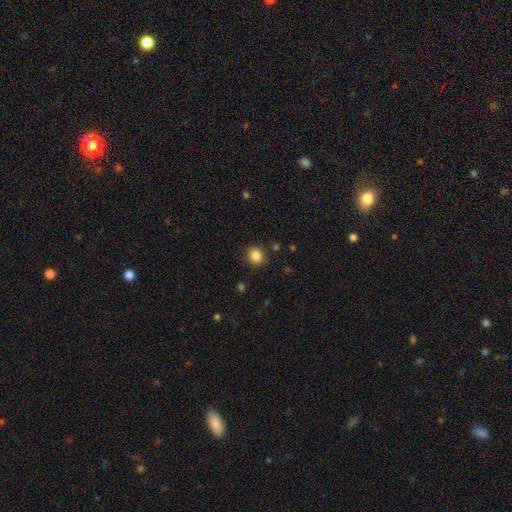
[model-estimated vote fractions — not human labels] Smooth or featured? Predicted: smooth (p=0.84). How rounded? Predicted: round (p=0.77). Merging? Predicted: none (p=0.89).